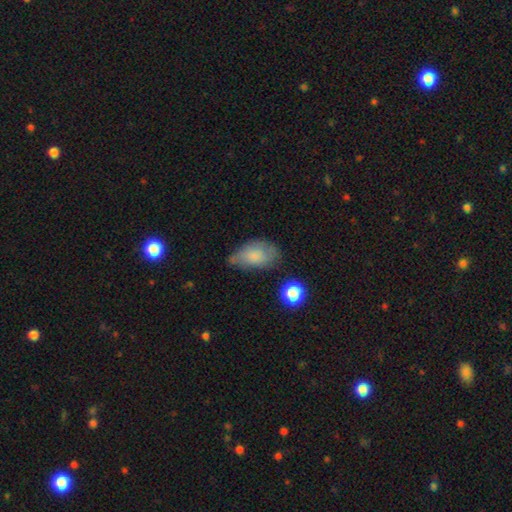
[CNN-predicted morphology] Smooth or featured? Predicted: smooth (p=0.75). How rounded? Predicted: in between (p=0.89). Merging? Predicted: none (p=0.49).